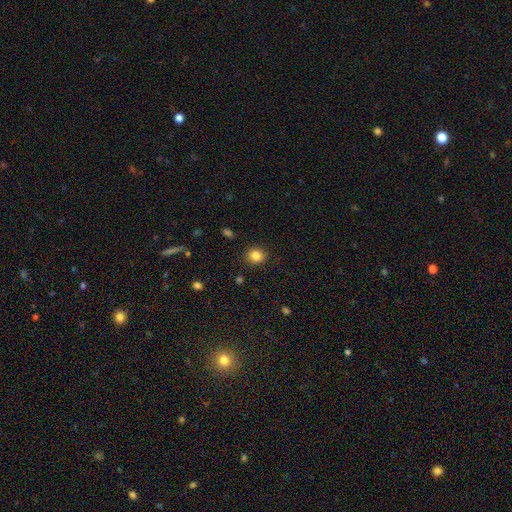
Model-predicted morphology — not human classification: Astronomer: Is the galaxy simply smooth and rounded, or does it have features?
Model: smooth — 84%.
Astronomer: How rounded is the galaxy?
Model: round — 80%.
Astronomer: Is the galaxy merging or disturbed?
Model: none — 89%.